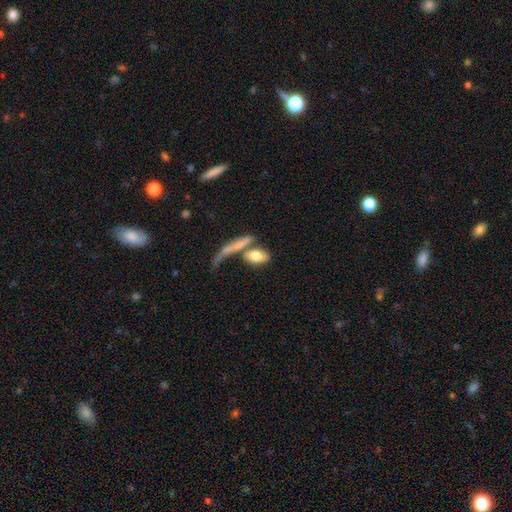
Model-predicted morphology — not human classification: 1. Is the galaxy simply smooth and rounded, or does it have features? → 74% smooth, 19% featured or disk, 7% star or artifact.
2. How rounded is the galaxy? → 79% in between, 13% cigar-shaped, 8% round.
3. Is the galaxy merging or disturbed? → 40% none, 34% merger, 14% minor disturbance, 12% major disturbance.